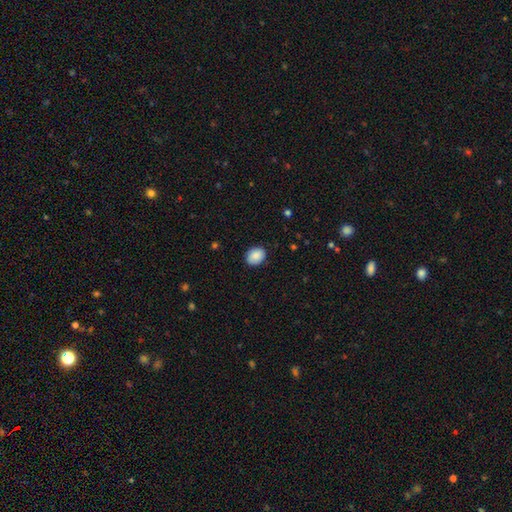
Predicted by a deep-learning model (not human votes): smooth-or-featured: smooth: 87% | star or artifact: 7% | featured or disk: 6%
  how-rounded: in between: 51% | round: 48% | cigar-shaped: 1%
  merging: none: 86% | minor disturbance: 11% | major disturbance: 2% | merger: 1%